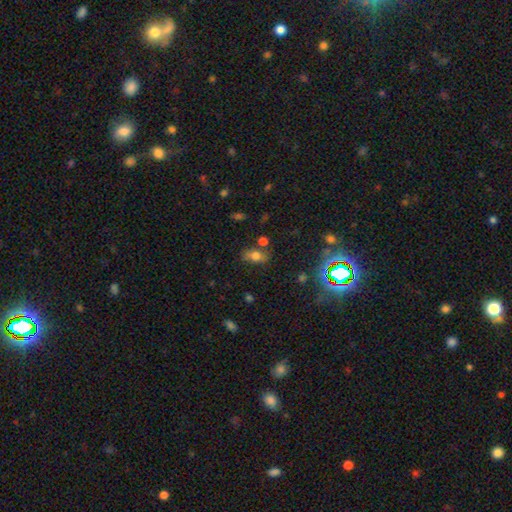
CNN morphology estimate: The model was most divided on "merging": none: 65%, minor disturbance: 18%, merger: 11%, major disturbance: 6%. More confident: how rounded — in between (80%); smooth or featured — smooth (69%).